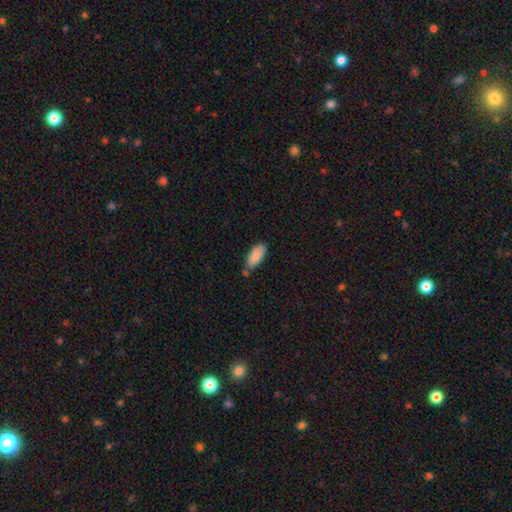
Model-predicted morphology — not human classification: smooth 86%, featured or disk 8%, star or artifact 6%. Down the decision tree: how rounded — in between (88%); merging — none (64%).